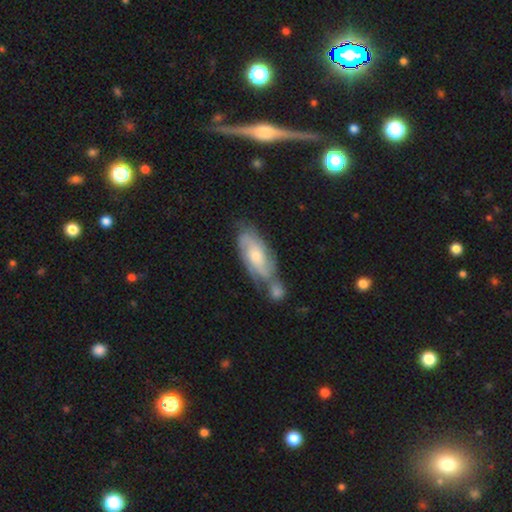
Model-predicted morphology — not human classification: smooth-or-featured: featured or disk: 65% | smooth: 29% | star or artifact: 6%
  disk-edge-on: no: 89% | yes: 11%
    bar: no: 67% | weak: 28% | strong: 6%
    has-spiral-arms: yes: 88% | no: 12%
      spiral-winding: tight: 46% | medium: 39% | loose: 15%
      spiral-arm-count: 2: 46% | can't tell: 31% | 3: 13% | 4: 4% | 1: 3% | more than 4: 2%
    bulge-size: small: 48% | moderate: 45% | large: 3% | none: 2% | dominant: 1%
  merging: none: 39% | merger: 33% | minor disturbance: 19% | major disturbance: 8%